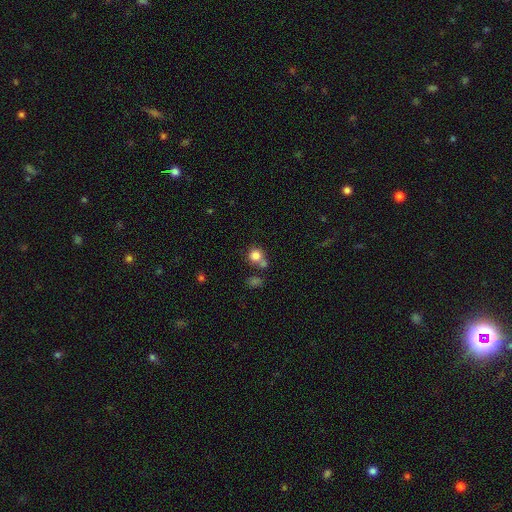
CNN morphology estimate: The model was most divided on "merging": none: 57%, merger: 27%, minor disturbance: 11%, major disturbance: 5%. More confident: how rounded — round (88%); smooth or featured — smooth (82%).